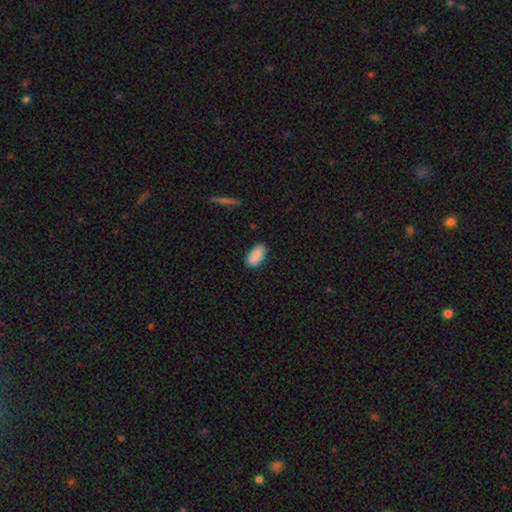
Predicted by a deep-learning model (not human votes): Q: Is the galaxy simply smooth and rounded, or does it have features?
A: smooth — 89%.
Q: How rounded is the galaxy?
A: in between — 93%.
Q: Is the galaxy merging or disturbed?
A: none — 82%.